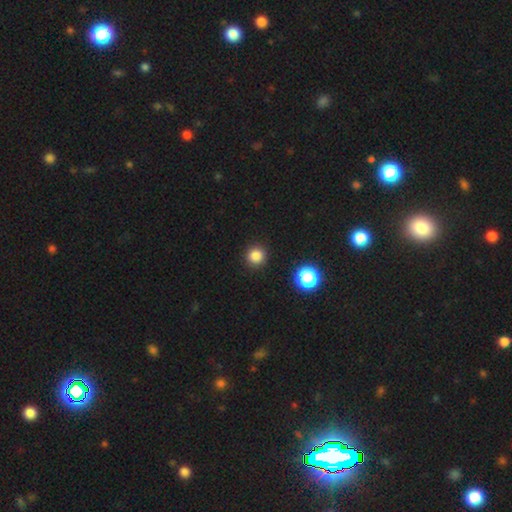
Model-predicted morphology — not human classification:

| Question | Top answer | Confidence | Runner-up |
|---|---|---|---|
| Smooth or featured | smooth | 83% | star or artifact (13%) |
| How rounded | round | 94% | in between (5%) |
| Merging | none | 92% | minor disturbance (5%) |